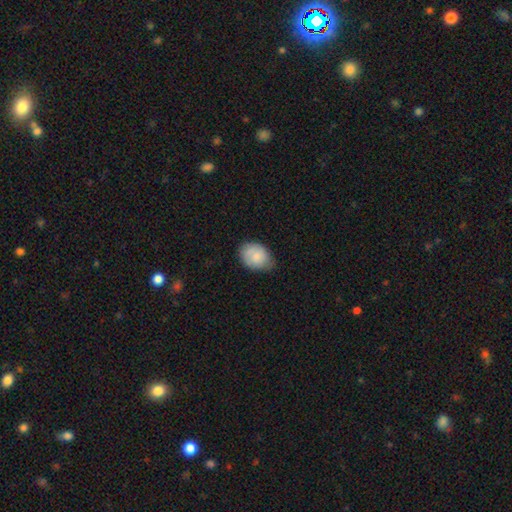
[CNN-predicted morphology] Smooth or featured?
  - smooth: 77% *
  - featured or disk: 17%
  - star or artifact: 6%
How rounded?
  - in between: 69% *
  - round: 30%
  - cigar-shaped: 1%
Merging?
  - none: 63% *
  - minor disturbance: 30%
  - major disturbance: 6%
  - merger: 1%